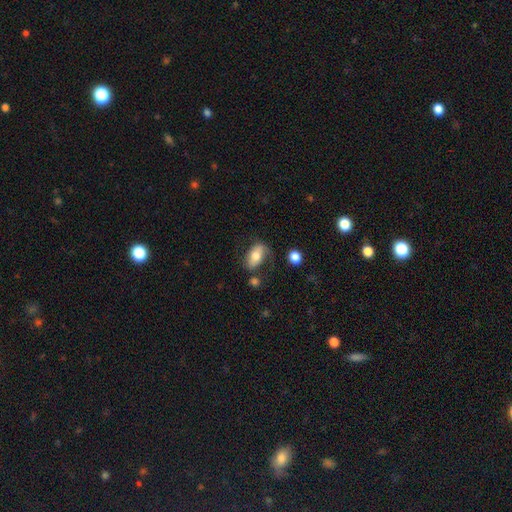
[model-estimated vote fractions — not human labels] A smooth galaxy with no disk features (63%) that is in between round and cigar-shaped (88%). Merging: none (54%).